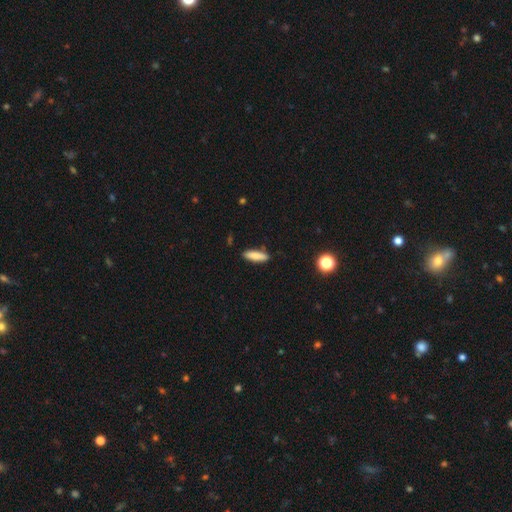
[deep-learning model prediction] smooth_or_featured: smooth (p=0.81) [alt: featured or disk p=0.12]
how_rounded: cigar-shaped (p=0.61) [alt: in between p=0.38]
merging: none (p=0.86) [alt: minor disturbance p=0.10]